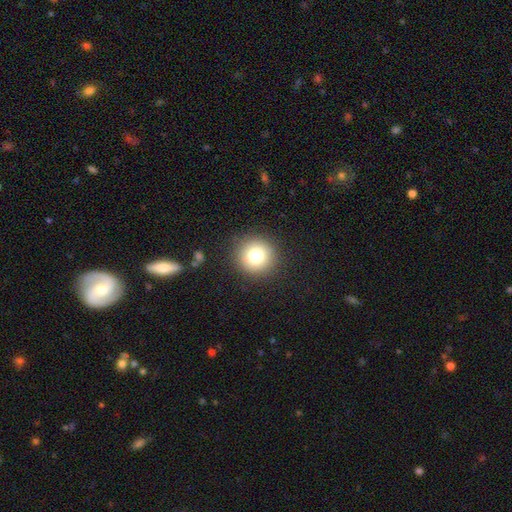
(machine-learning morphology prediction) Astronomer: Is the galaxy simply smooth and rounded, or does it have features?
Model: smooth — 78%.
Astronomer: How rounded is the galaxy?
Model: round — 95%.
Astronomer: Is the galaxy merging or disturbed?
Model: none — 90%.